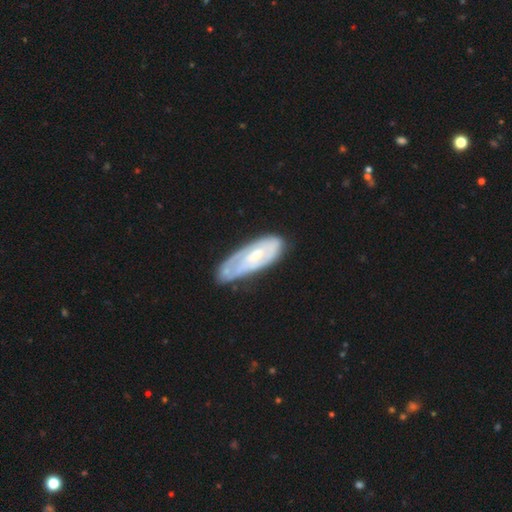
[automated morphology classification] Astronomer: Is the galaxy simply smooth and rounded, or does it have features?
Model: featured or disk — 68%.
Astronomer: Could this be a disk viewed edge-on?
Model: no — 85%.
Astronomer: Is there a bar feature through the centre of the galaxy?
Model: no — 54% (runner-up: weak, 37%).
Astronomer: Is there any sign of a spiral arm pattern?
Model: yes — 76%.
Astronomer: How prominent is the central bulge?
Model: moderate — 48% (runner-up: small, 42%).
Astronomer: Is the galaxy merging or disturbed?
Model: none — 63%.